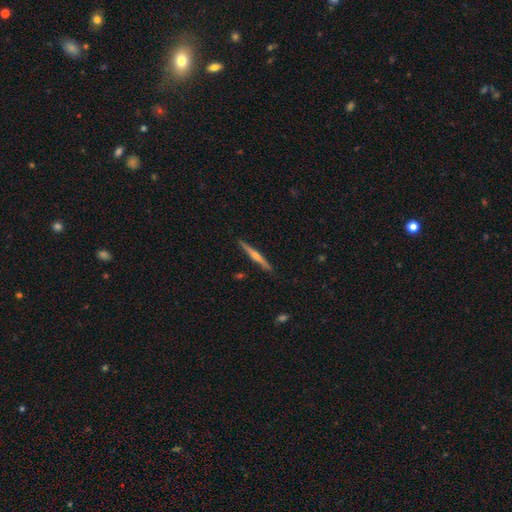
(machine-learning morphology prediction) Q: Smooth or featured?
A: featured or disk (73%); runner-up: smooth (21%)
Q: Edge-on disk?
A: yes (98%); runner-up: no (2%)
Q: Edge-on bulge?
A: rounded (83%); runner-up: none (12%)
Q: Merging?
A: none (91%); runner-up: minor disturbance (7%)